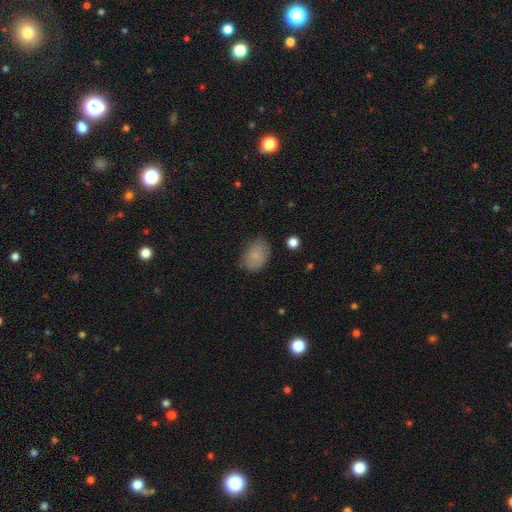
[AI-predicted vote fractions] smooth-or-featured: smooth: 83% | star or artifact: 9% | featured or disk: 8%
  how-rounded: in between: 81% | round: 18% | cigar-shaped: 1%
  merging: none: 75% | minor disturbance: 19% | major disturbance: 4% | merger: 1%